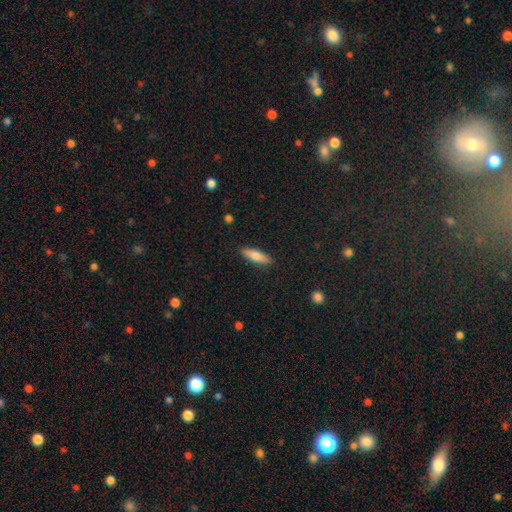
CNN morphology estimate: Q: Smooth or featured?
A: smooth (79%); runner-up: featured or disk (15%)
Q: How rounded?
A: cigar-shaped (50%); runner-up: in between (48%)
Q: Merging?
A: none (88%); runner-up: minor disturbance (9%)